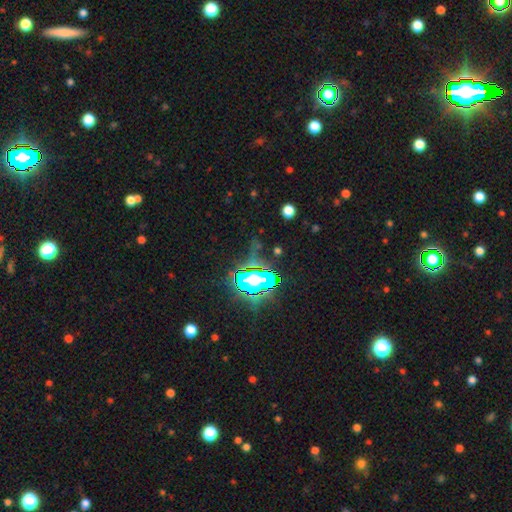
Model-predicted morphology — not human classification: This is clearly a star or artifact rather than a galaxy (82%).